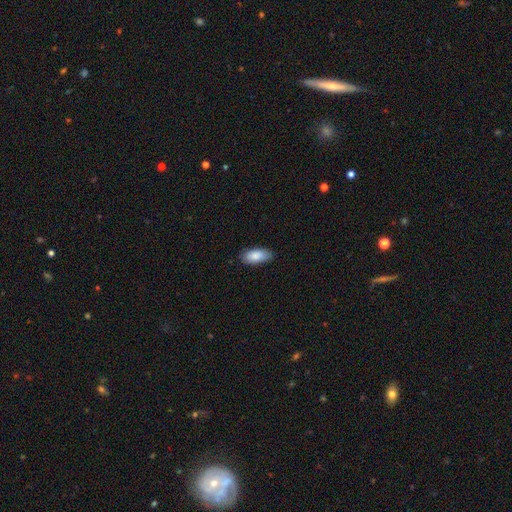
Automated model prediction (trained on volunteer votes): Overall: smooth (86%). How rounded: in between (88%). Merging: none (81%).